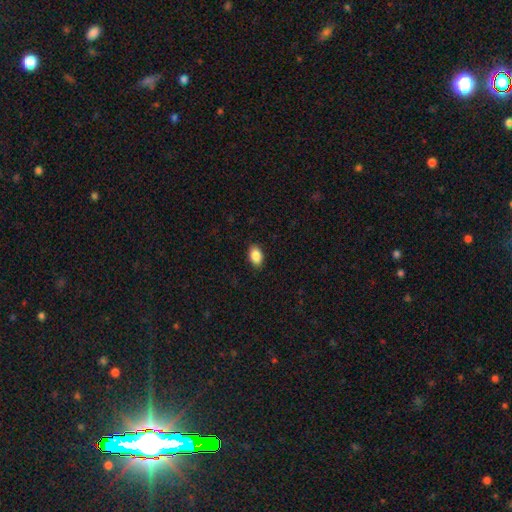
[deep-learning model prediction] smooth_or_featured: smooth (p=0.88) [alt: star or artifact p=0.07]
how_rounded: in between (p=0.90) [alt: round p=0.08]
merging: none (p=0.89) [alt: minor disturbance p=0.08]